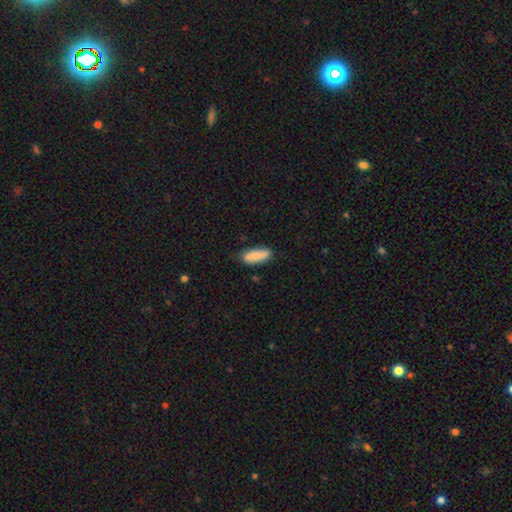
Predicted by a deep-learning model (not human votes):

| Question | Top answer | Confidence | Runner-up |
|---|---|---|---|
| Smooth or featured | smooth | 82% | featured or disk (12%) |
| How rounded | in between | 66% | cigar-shaped (32%) |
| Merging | none | 73% | minor disturbance (21%) |